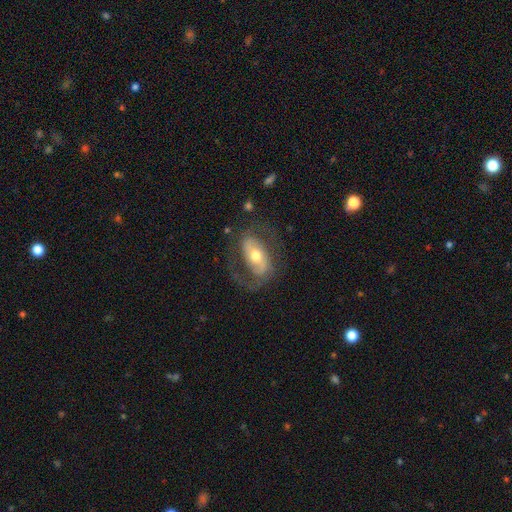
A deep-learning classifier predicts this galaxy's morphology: Smooth or featured? Predicted: featured or disk (p=0.75). Edge-on disk? Predicted: no (p=0.94). Bar? Predicted: strong (p=0.36). Spiral arms? Predicted: yes (p=0.82). Spiral winding? Predicted: medium (p=0.48). Spiral arm count? Predicted: 2 (p=0.82). Bulge size? Predicted: moderate (p=0.69). Merging? Predicted: none (p=0.66).